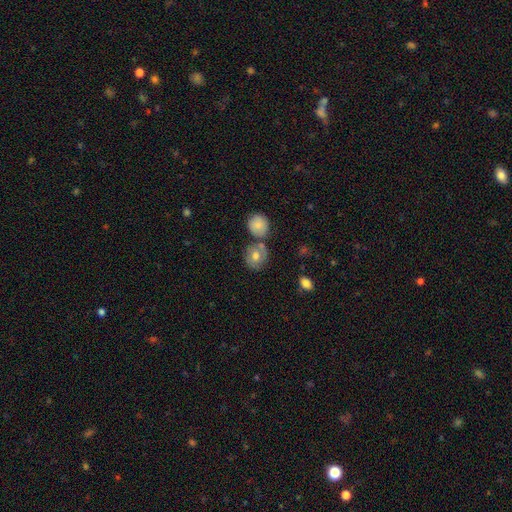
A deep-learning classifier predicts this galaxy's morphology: Smooth or featured: smooth — 71% (featured or disk — 21%)
How rounded: round — 77% (in between — 22%)
Merging: none — 57% (merger — 25%)